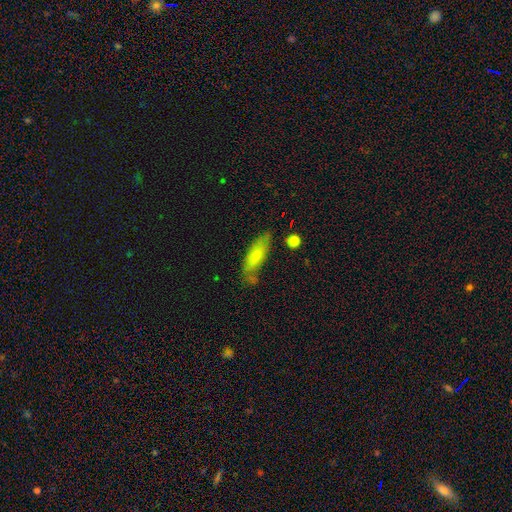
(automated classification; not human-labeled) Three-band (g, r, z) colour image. It shows a smooth galaxy with no disk features (68%) that is in between round and cigar-shaped (61%). Merging: none (63%).